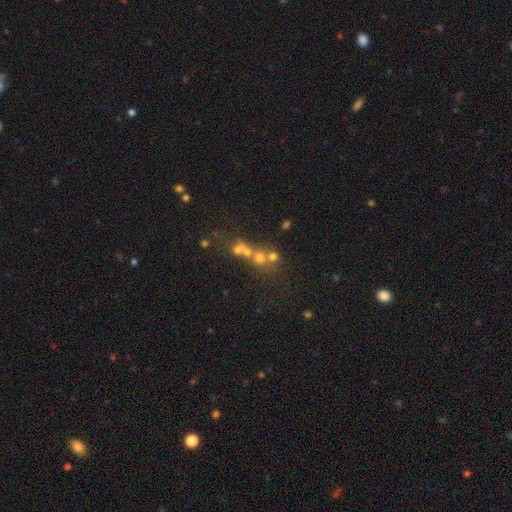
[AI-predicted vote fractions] Smooth or featured: smooth — 37% (star or artifact — 34%)
Merging: merger — 46% (none — 39%)